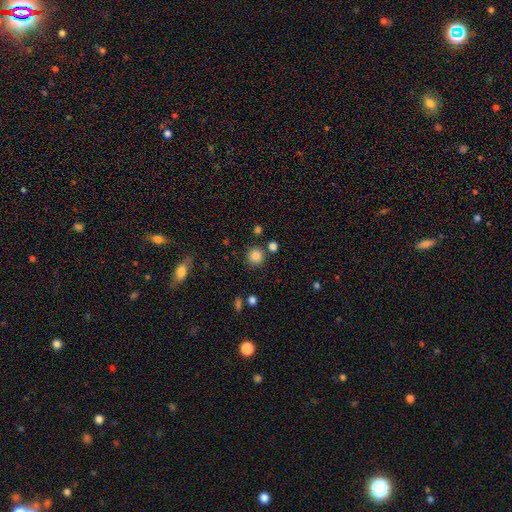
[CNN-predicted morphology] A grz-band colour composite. It shows a smooth galaxy with no disk features (85%) that is round (93%). Merging: none (83%).